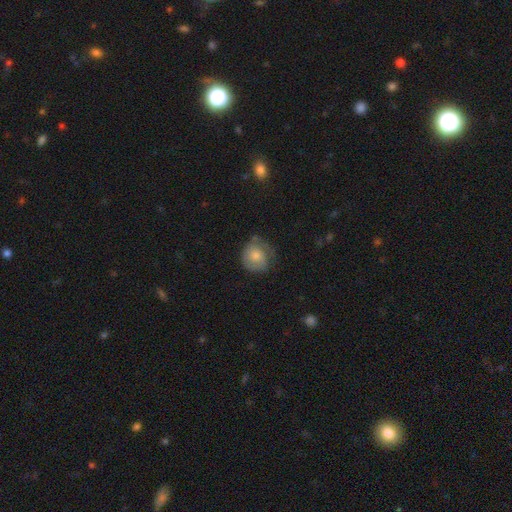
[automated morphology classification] Overall: smooth (57%; featured or disk 36%). How rounded: round (79%). Merging: none (53%; minor disturbance 31%).